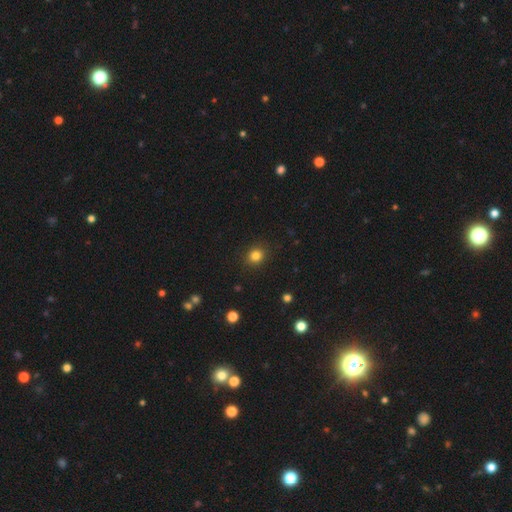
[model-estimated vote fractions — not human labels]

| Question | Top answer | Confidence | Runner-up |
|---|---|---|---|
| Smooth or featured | smooth | 82% | star or artifact (13%) |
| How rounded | round | 82% | in between (18%) |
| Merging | none | 89% | minor disturbance (7%) |